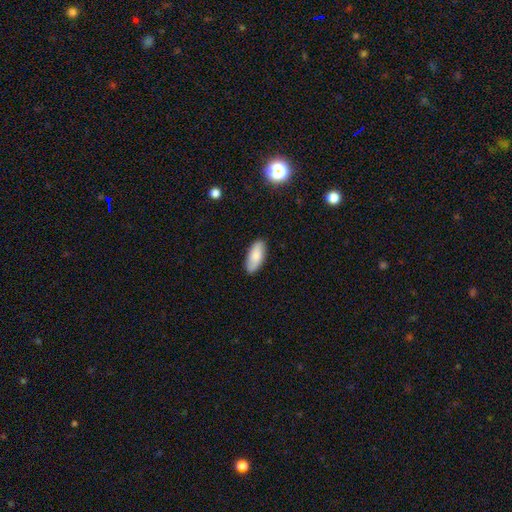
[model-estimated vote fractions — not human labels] A smooth galaxy with no disk features (79%) that is in between round and cigar-shaped (85%).

Vote fractions:
- Smooth or featured? smooth: 79% / featured or disk: 15% / star or artifact: 6%
- How rounded? in between: 85% / cigar-shaped: 13% / round: 2%
- Merging? none: 88% / minor disturbance: 9% / major disturbance: 2% / merger: 1%